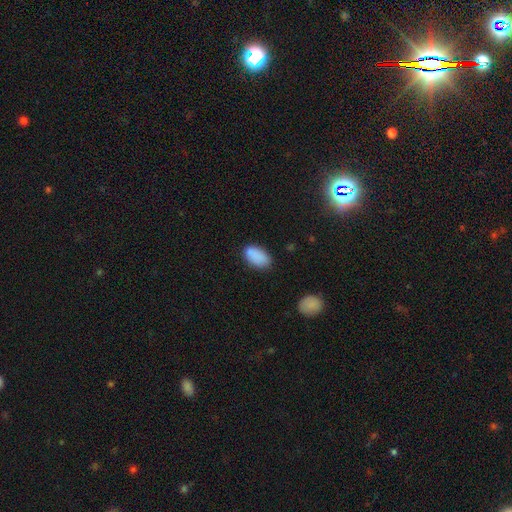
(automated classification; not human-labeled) A smooth galaxy with no disk features (87%) that is in between round and cigar-shaped (93%). Merging: none (76%).